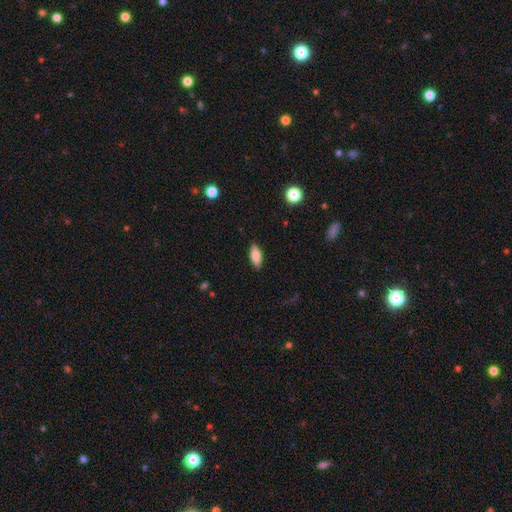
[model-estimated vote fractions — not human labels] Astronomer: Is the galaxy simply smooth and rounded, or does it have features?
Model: smooth — 73%.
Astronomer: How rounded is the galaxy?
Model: in between — 71%.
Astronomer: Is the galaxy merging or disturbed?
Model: none — 87%.